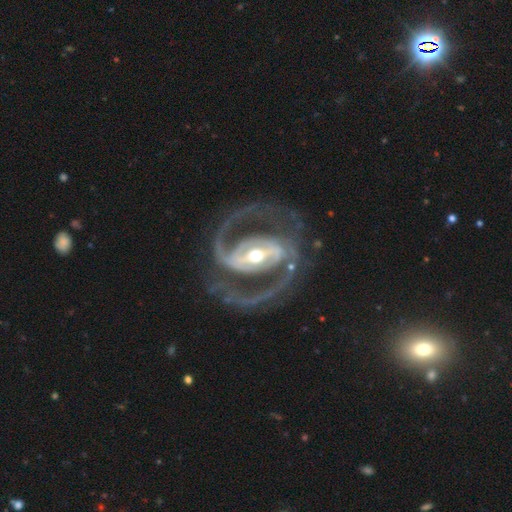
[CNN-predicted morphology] Q: Smooth or featured?
A: featured or disk (94%); runner-up: star or artifact (4%)
Q: Edge-on disk?
A: no (97%); runner-up: yes (3%)
Q: Bar?
A: strong (70%); runner-up: weak (22%)
Q: Spiral arms?
A: yes (98%); runner-up: no (2%)
Q: Spiral winding?
A: medium (59%); runner-up: loose (23%)
Q: Spiral arm count?
A: 2 (87%); runner-up: 3 (5%)
Q: Bulge size?
A: moderate (64%); runner-up: small (25%)
Q: Merging?
A: none (73%); runner-up: major disturbance (13%)